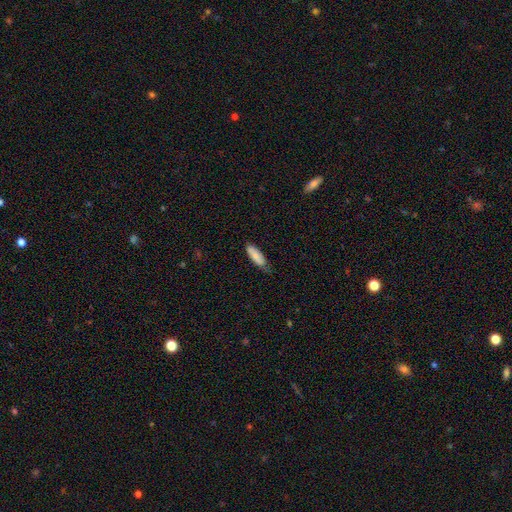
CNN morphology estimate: A smooth galaxy with no disk features (82%) that is in between round and cigar-shaped (55%). Merging: none (62%).